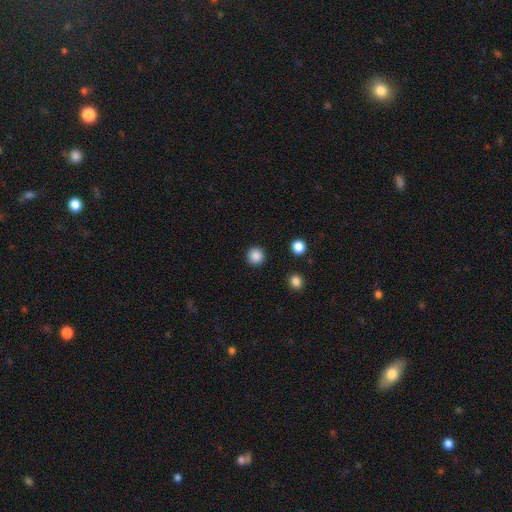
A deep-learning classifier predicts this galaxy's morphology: smooth-or-featured: smooth: 87% | star or artifact: 10% | featured or disk: 3%
  how-rounded: round: 95% | in between: 4% | cigar-shaped: 1%
  merging: none: 92% | minor disturbance: 4% | major disturbance: 2% | merger: 1%